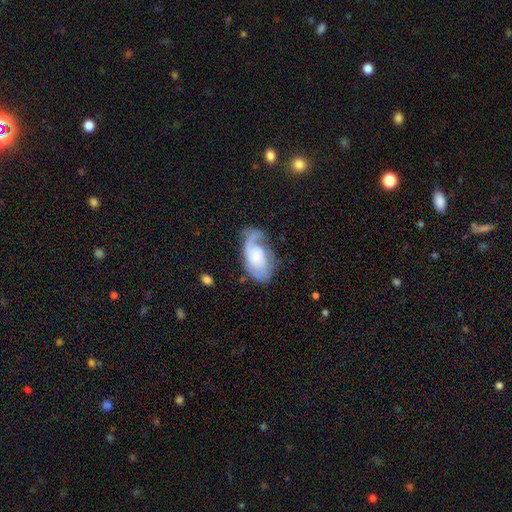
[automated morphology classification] Smooth or featured?
  - featured or disk: 74% *
  - smooth: 19%
  - star or artifact: 7%
Edge-on disk?
  - no: 96% *
  - yes: 4%
Bar?
  - no: 64% *
  - weak: 29%
  - strong: 7%
Spiral arms?
  - yes: 93% *
  - no: 7%
Spiral winding?
  - medium: 41% *
  - tight: 39%
  - loose: 20%
Spiral arm count?
  - 2: 49% *
  - 1: 34%
  - can't tell: 12%
  - 3: 3%
  - 4: 1%
  - more than 4: 1%
Bulge size?
  - small: 29% *
  - none: 24%
  - moderate: 24%
  - large: 19%
  - dominant: 4%
Merging?
  - none: 55% *
  - minor disturbance: 24%
  - major disturbance: 19%
  - merger: 3%